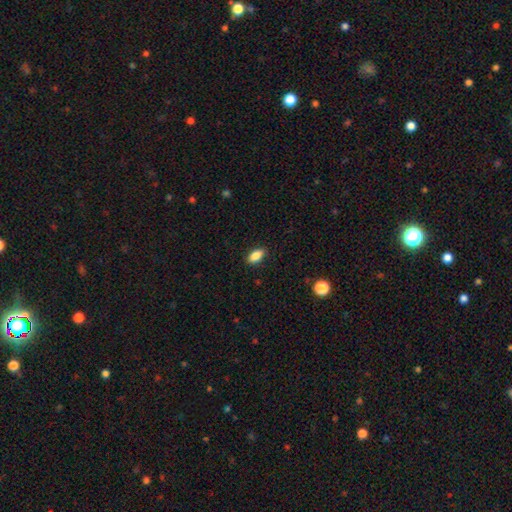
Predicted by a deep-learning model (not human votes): Morphology: type=smooth (86%); roundness=in between (89%); merging=none (89%).